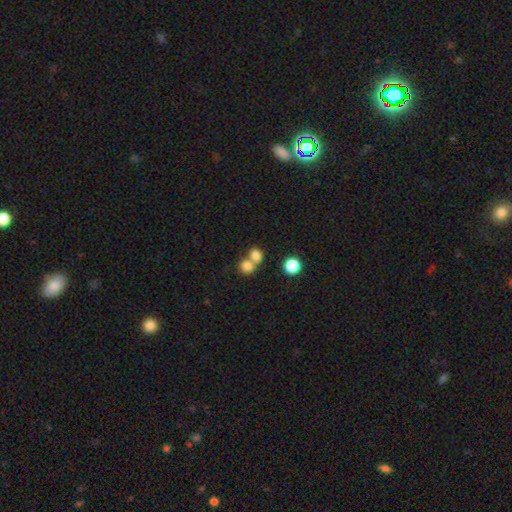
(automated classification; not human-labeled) The model was most divided on "merging": merger: 56%, none: 35%, minor disturbance: 6%, major disturbance: 3%. More confident: smooth or featured — smooth (80%); how rounded — round (62%).